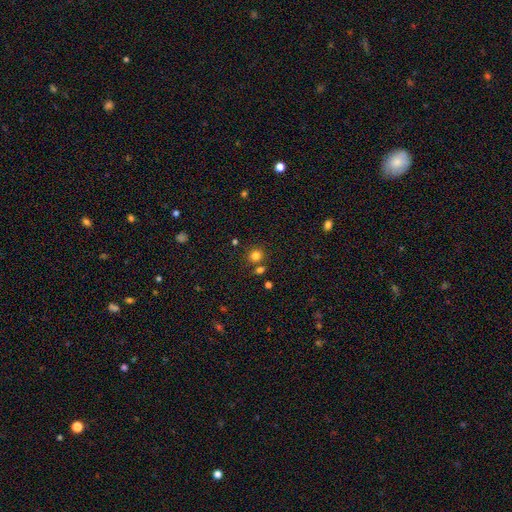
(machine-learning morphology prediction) This is clearly a smooth galaxy (80%). How rounded: clearly round (86%). Merging: likely none (74%).